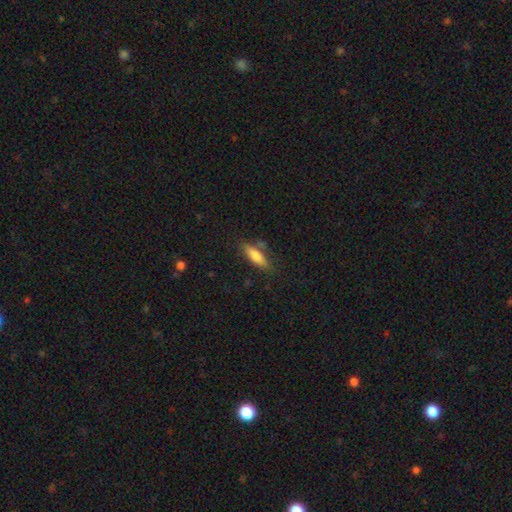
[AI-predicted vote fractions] smooth 77%, featured or disk 16%, star or artifact 7%. Down the decision tree: how rounded — cigar-shaped (49%, tied with in between); merging — none (73%).